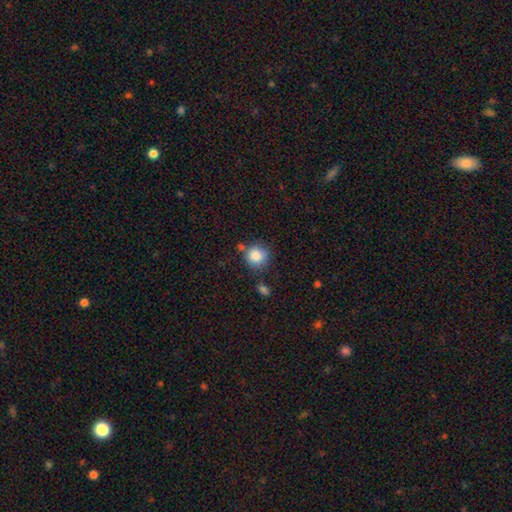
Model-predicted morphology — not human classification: The model was most divided on "merging": none: 68%, minor disturbance: 17%, merger: 11%, major disturbance: 5%. More confident: how rounded — round (89%); smooth or featured — smooth (84%).